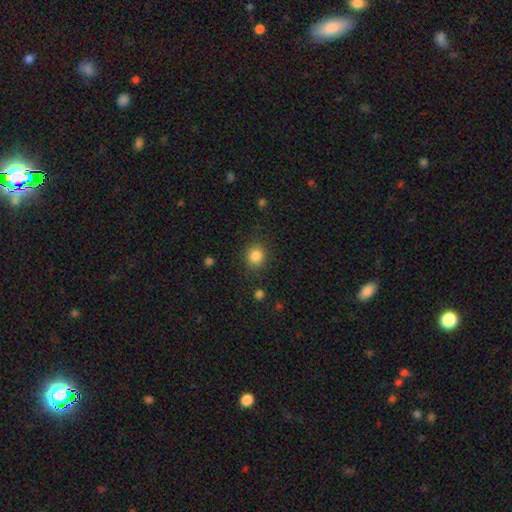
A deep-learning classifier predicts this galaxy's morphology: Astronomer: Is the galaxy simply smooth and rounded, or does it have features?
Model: smooth — 85%.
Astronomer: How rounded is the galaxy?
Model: round — 84%.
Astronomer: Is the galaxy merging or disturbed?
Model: none — 86%.